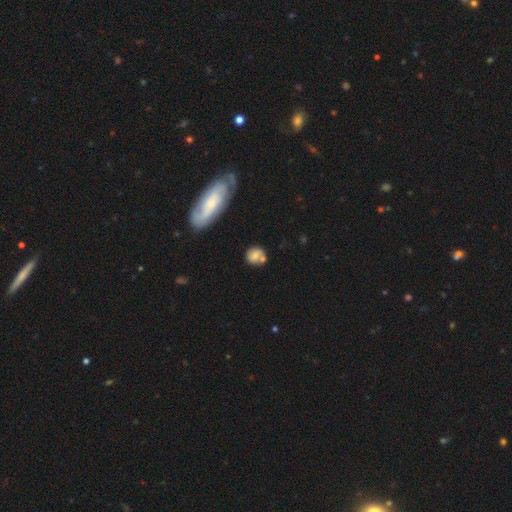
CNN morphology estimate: Overall: smooth (66%). How rounded: round (76%). Merging: none (57%; merger 21%).